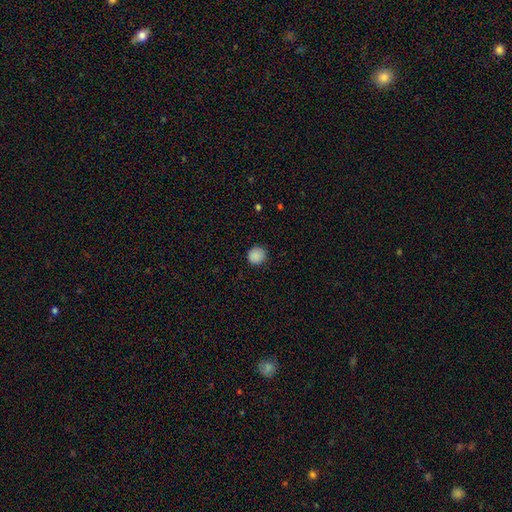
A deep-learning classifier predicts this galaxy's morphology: The model was most divided on "smooth or featured": smooth: 88%, star or artifact: 9%, featured or disk: 3%. More confident: how rounded — round (93%); merging — none (89%).